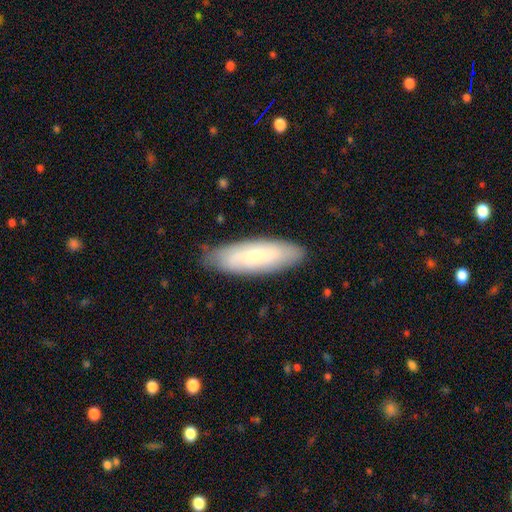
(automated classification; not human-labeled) Morphology: type=smooth (61%); roundness=in between (54%); merging=none (82%).